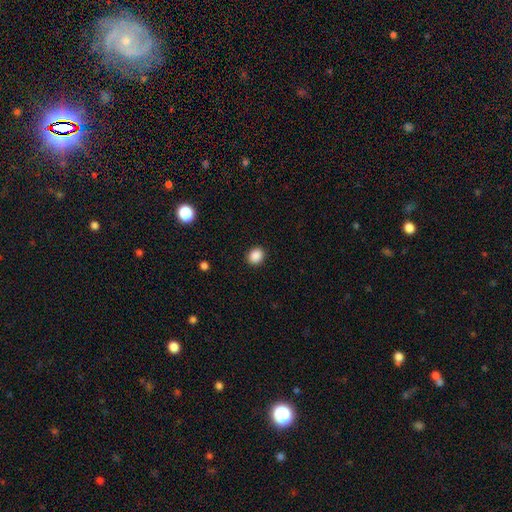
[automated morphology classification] The model was most divided on "how rounded": round: 69%, in between: 30%, cigar-shaped: 1%. More confident: merging — none (91%); smooth or featured — smooth (88%).